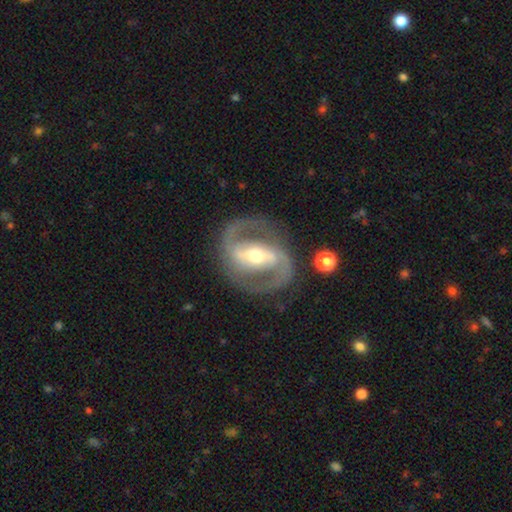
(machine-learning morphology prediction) Smooth or featured? Predicted: featured or disk (p=0.90). Edge-on disk? Predicted: no (p=0.97). Bar? Predicted: strong (p=0.56). Spiral arms? Predicted: yes (p=0.95). Spiral winding? Predicted: medium (p=0.60). Spiral arm count? Predicted: 2 (p=0.93). Bulge size? Predicted: moderate (p=0.63). Merging? Predicted: none (p=0.84).